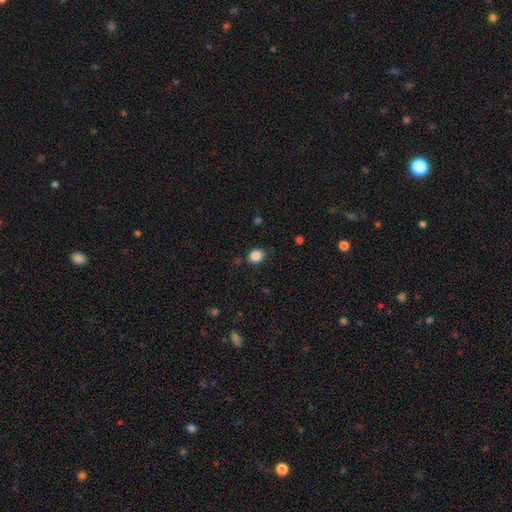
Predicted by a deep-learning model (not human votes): Smooth or featured?
  - smooth: 86% *
  - star or artifact: 10%
  - featured or disk: 4%
How rounded?
  - round: 55% *
  - in between: 44%
  - cigar-shaped: 1%
Merging?
  - none: 83% *
  - minor disturbance: 13%
  - major disturbance: 3%
  - merger: 2%